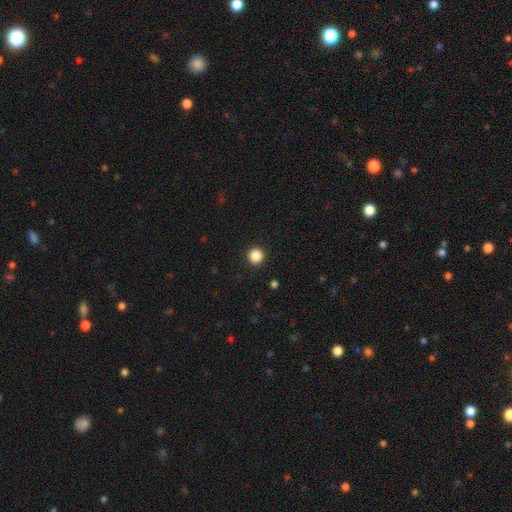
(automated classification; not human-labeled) A smooth galaxy with no disk features (86%) that is round (95%). Merging: none (93%).